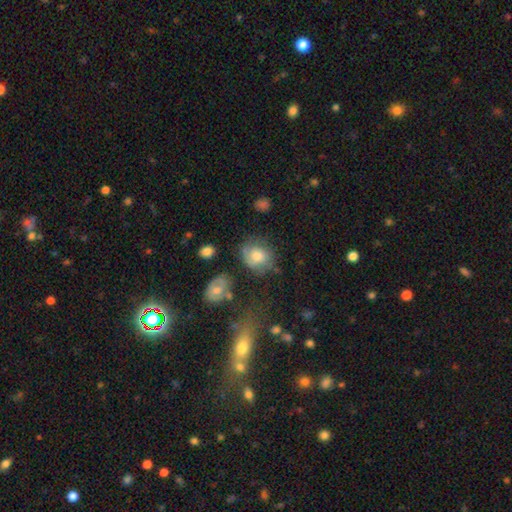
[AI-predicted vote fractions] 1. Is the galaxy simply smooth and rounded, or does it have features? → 62% smooth, 28% featured or disk, 11% star or artifact.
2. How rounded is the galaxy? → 65% round, 33% in between, 1% cigar-shaped.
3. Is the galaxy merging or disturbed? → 58% none, 25% minor disturbance, 13% major disturbance, 4% merger.